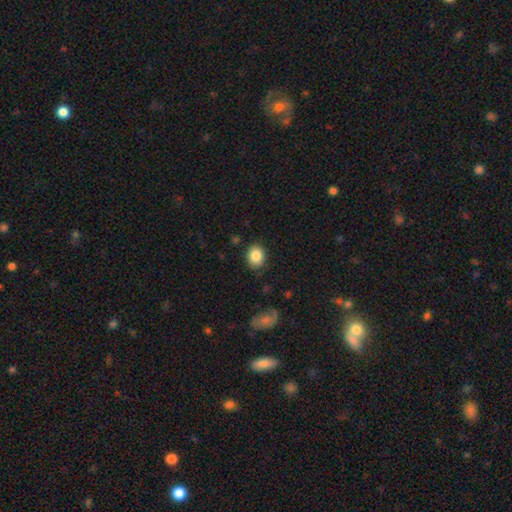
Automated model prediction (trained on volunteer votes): Overall: smooth (86%). How rounded: round (52%; in between 47%). Merging: none (84%).